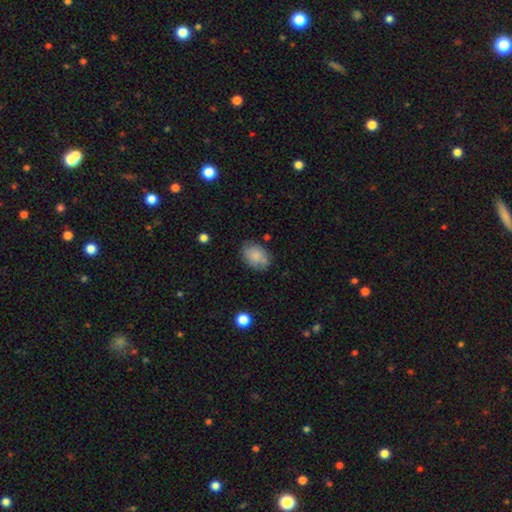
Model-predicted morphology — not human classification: Smooth or featured: smooth — 83% (featured or disk — 9%)
How rounded: in between — 76% (round — 23%)
Merging: none — 73% (minor disturbance — 19%)